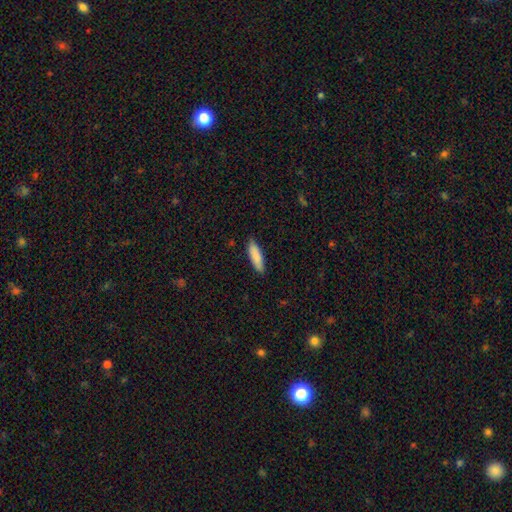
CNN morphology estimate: Overall: smooth (87%). How rounded: cigar-shaped (52%; in between 46%). Merging: none (86%).